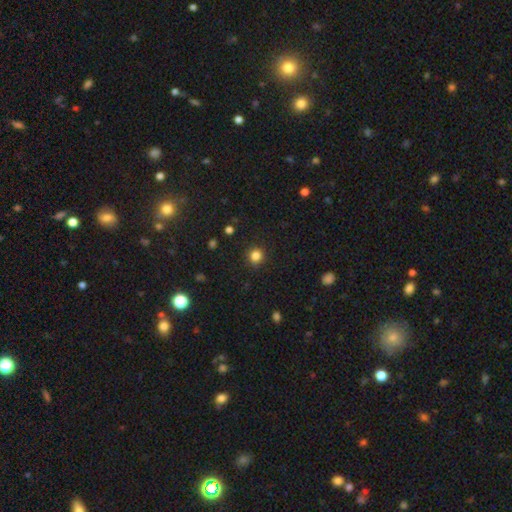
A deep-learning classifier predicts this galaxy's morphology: Q: Smooth or featured?
A: smooth (83%); runner-up: star or artifact (13%)
Q: How rounded?
A: round (92%); runner-up: in between (7%)
Q: Merging?
A: none (90%); runner-up: minor disturbance (7%)